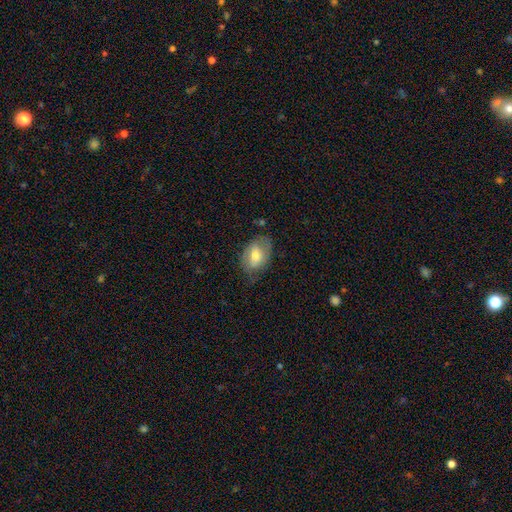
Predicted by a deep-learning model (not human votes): Smooth or featured? Predicted: smooth (p=0.56). How rounded? Predicted: in between (p=0.84). Merging? Predicted: none (p=0.64).